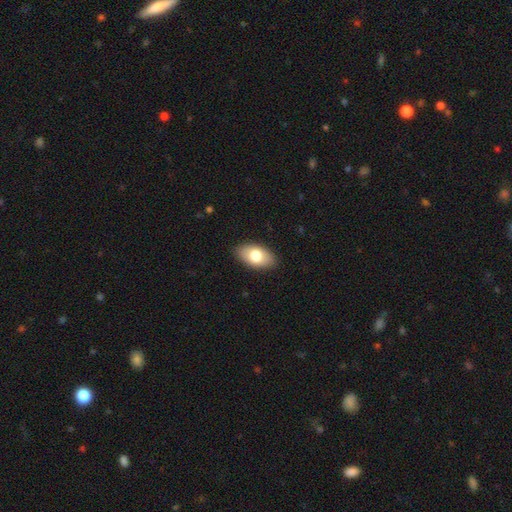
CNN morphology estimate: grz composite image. It shows a smooth galaxy with no disk features (75%) that is in between round and cigar-shaped (93%). Merging: none (87%).